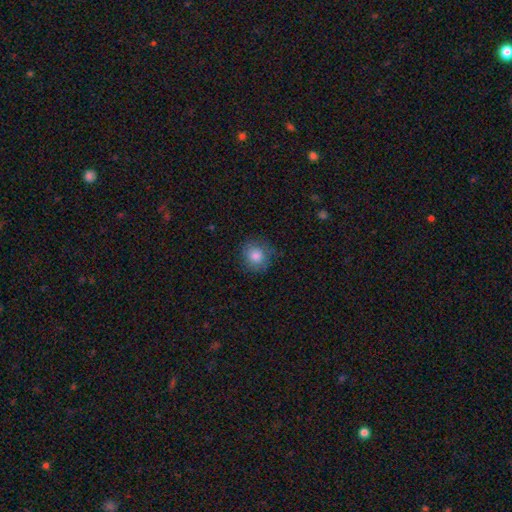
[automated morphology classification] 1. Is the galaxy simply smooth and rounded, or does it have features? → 83% smooth, 10% star or artifact, 8% featured or disk.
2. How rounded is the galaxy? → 87% round, 12% in between, 1% cigar-shaped.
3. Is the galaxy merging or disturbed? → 80% none, 15% minor disturbance, 4% major disturbance, 1% merger.